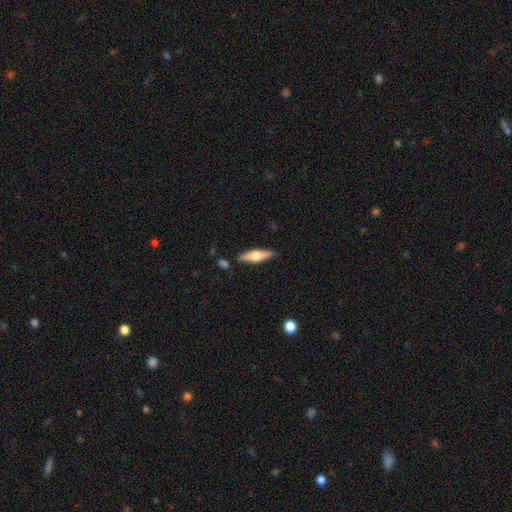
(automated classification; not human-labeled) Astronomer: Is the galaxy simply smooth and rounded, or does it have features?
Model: featured or disk — 50% (runner-up: smooth, 45%).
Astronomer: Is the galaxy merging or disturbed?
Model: none — 86%.